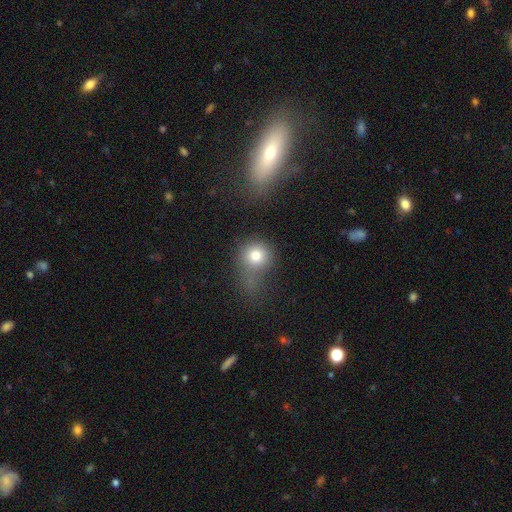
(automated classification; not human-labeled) smooth 77%, star or artifact 12%, featured or disk 11%. Down the decision tree: how rounded — round (82%); merging — none (35%).